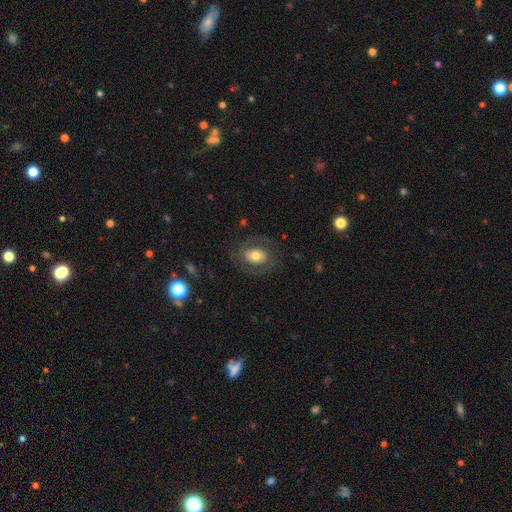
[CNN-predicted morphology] smooth 51%, featured or disk 41%, star or artifact 8%. Down the decision tree: how rounded — in between (64%); merging — none (76%).